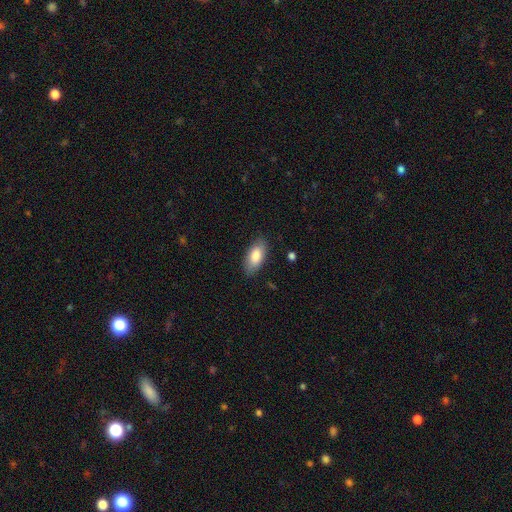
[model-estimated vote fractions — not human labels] The model was most divided on "merging": none: 84%, minor disturbance: 13%, major disturbance: 3%, merger: 1%. More confident: how rounded — in between (90%); smooth or featured — smooth (83%).